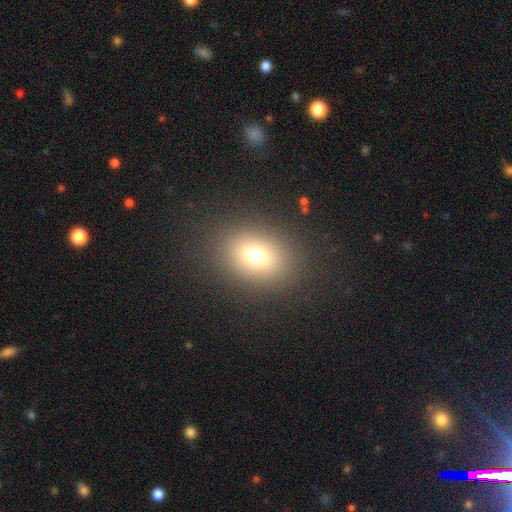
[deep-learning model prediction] Smooth or featured? smooth (71%)
How rounded? in between (53%)
Merging? none (86%)